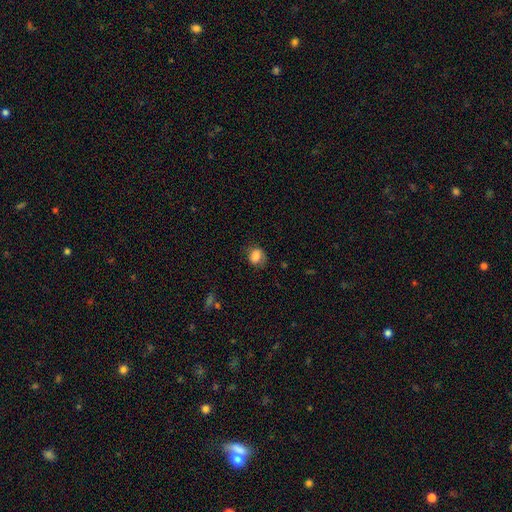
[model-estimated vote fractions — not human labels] The model was most divided on "how rounded": round: 50%, in between: 49%, cigar-shaped: 1%. More confident: smooth or featured — smooth (82%); merging — none (69%).